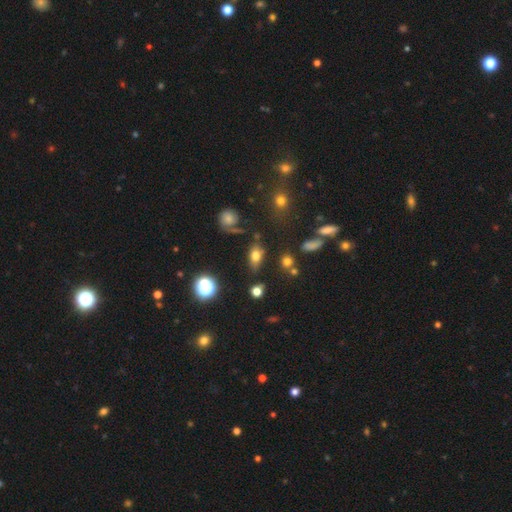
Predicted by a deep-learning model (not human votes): A smooth galaxy with no disk features (71%) that is in between round and cigar-shaped (80%). Merging: none (68%).